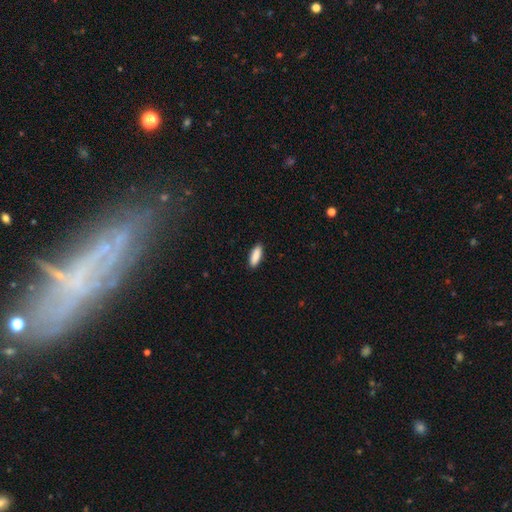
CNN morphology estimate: This appears to be a smooth galaxy with no disk features (91%) that is in between round and cigar-shaped (65%). Merging: none (90%).